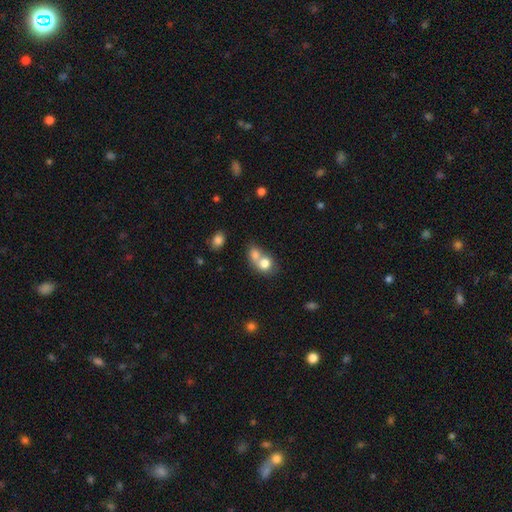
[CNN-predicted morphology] smooth 76%, featured or disk 14%, star or artifact 11%. Down the decision tree: how rounded — round (69%); merging — merger (65%).